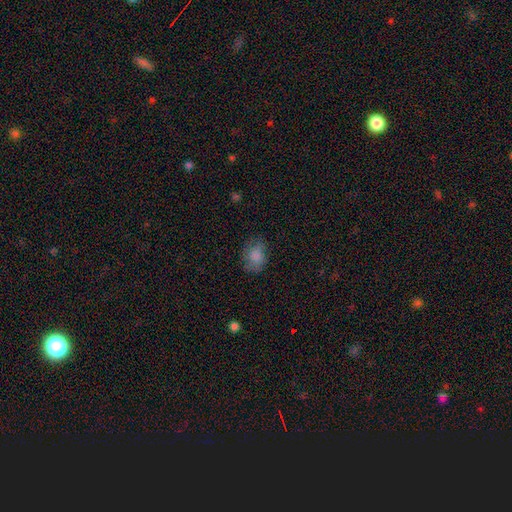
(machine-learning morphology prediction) smooth-or-featured: smooth: 82% | featured or disk: 9% | star or artifact: 9%
  how-rounded: in between: 60% | round: 39% | cigar-shaped: 1%
  merging: none: 67% | minor disturbance: 24% | major disturbance: 8% | merger: 1%